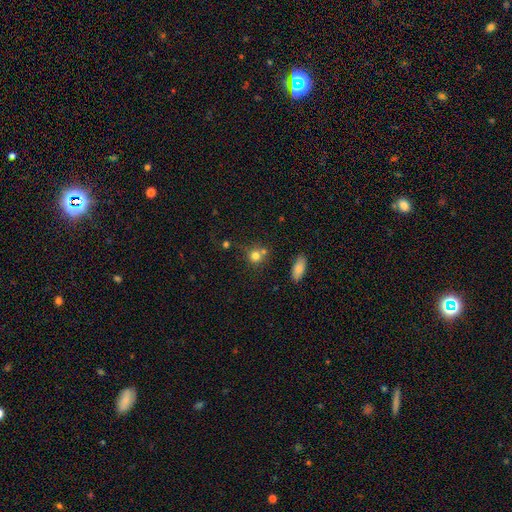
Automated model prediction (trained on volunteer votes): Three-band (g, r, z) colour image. It shows a smooth galaxy with no disk features (76%) that is round (85%). Merging: none (59%).